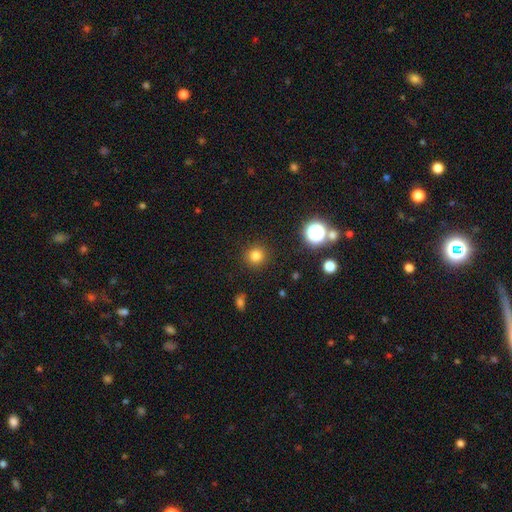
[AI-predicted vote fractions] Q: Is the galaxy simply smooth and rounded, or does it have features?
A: smooth — 80%.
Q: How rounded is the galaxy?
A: round — 93%.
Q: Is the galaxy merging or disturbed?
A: none — 91%.